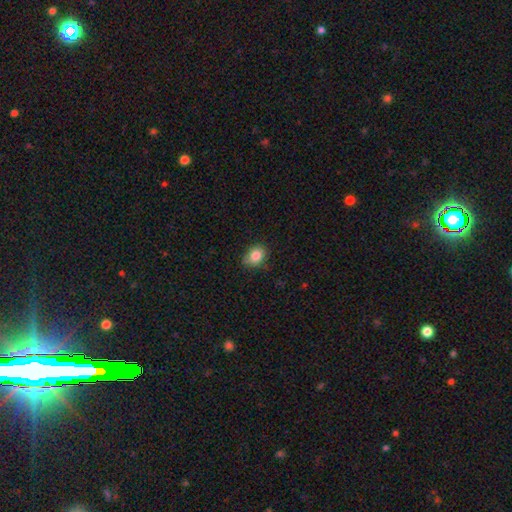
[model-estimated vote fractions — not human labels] Smooth or featured? smooth (84%)
How rounded? in between (53%)
Merging? none (75%)